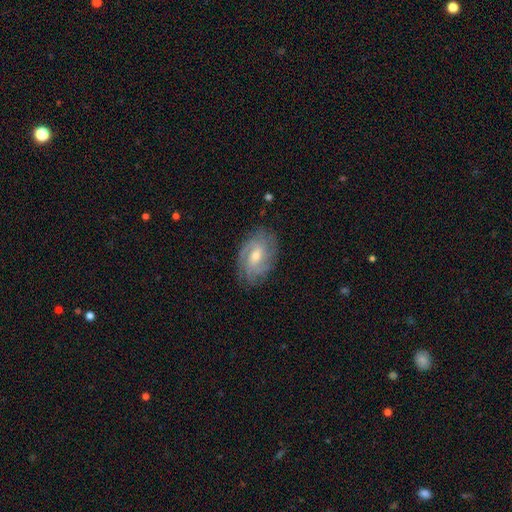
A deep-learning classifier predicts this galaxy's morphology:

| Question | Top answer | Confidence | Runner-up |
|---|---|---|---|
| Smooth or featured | featured or disk | 80% | smooth (13%) |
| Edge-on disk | no | 96% | yes (4%) |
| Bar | weak | 47% | no (42%) |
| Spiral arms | yes | 95% | no (5%) |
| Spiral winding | tight | 55% | medium (35%) |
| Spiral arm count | can't tell | 30% | 3 (24%) |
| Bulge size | moderate | 50% | small (45%) |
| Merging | none | 79% | minor disturbance (15%) |